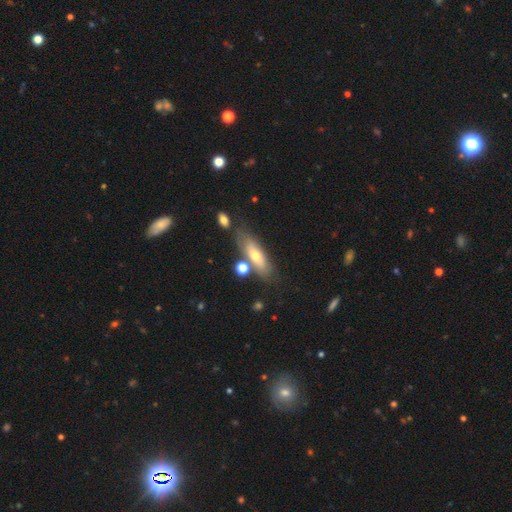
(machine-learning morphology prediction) smooth-or-featured: smooth: 52% | featured or disk: 40% | star or artifact: 8%
  how-rounded: in between: 52% | cigar-shaped: 45% | round: 3%
  merging: none: 68% | minor disturbance: 16% | merger: 10% | major disturbance: 5%